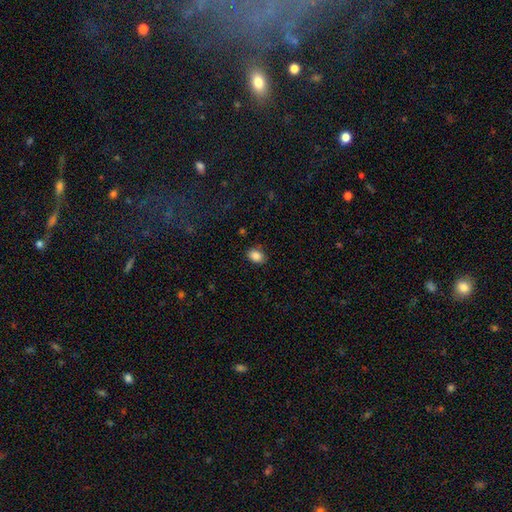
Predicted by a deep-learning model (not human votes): A smooth galaxy with no disk features (86%) that is in between round and cigar-shaped (71%).

Vote fractions:
- Smooth or featured? smooth: 86% / star or artifact: 9% / featured or disk: 4%
- How rounded? in between: 71% / round: 28% / cigar-shaped: 1%
- Merging? none: 83% / minor disturbance: 13% / major disturbance: 3% / merger: 1%